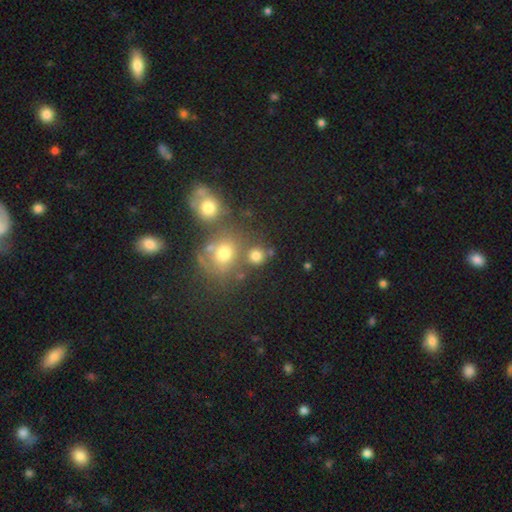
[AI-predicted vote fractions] Smooth or featured? Predicted: smooth (p=0.76). How rounded? Predicted: round (p=0.86). Merging? Predicted: none (p=0.68).